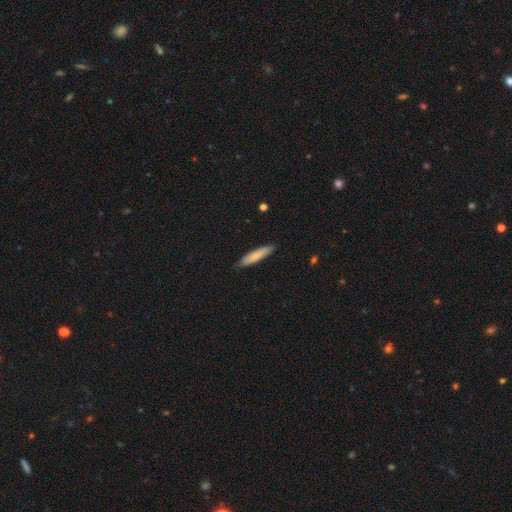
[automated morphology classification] The model was most divided on "smooth or featured": smooth: 81%, featured or disk: 14%, star or artifact: 5%. More confident: merging — none (87%); how rounded — cigar-shaped (86%).